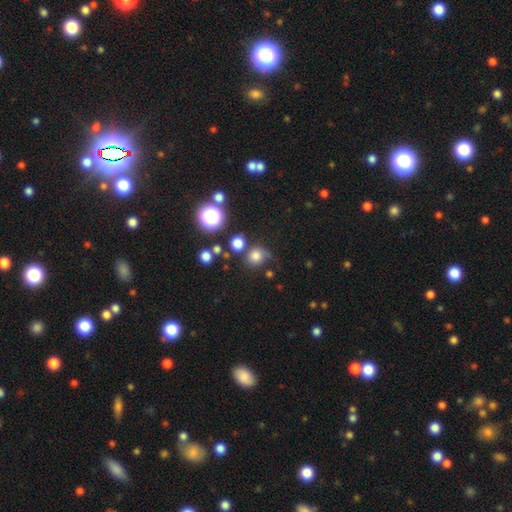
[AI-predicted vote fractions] A smooth galaxy with no disk features (76%) that is round (83%).

Vote fractions:
- Smooth or featured? smooth: 76% / star or artifact: 17% / featured or disk: 7%
- How rounded? round: 83% / in between: 17% / cigar-shaped: 1%
- Merging? none: 63% / minor disturbance: 19% / merger: 9% / major disturbance: 8%